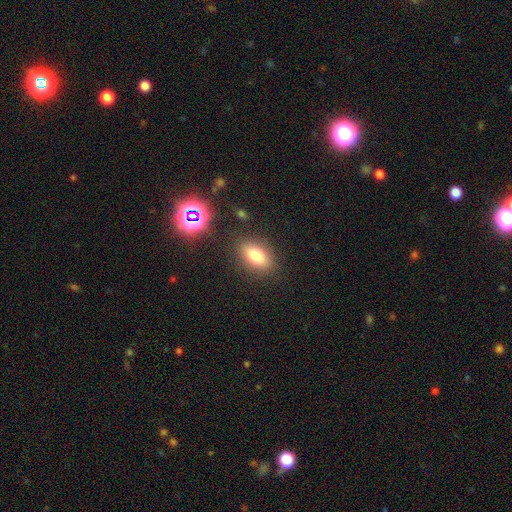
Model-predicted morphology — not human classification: smooth 78%, star or artifact 11%, featured or disk 10%. Down the decision tree: how rounded — in between (84%); merging — none (84%).